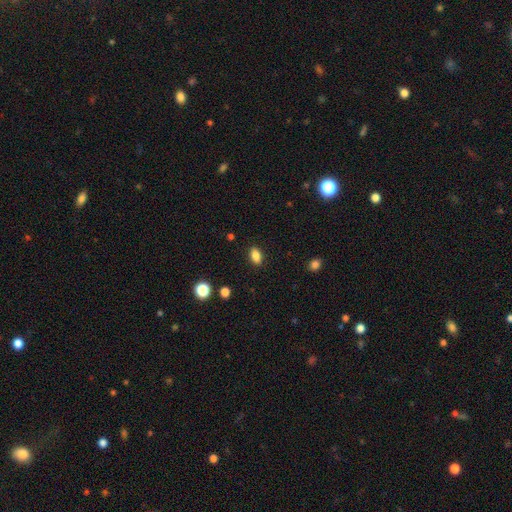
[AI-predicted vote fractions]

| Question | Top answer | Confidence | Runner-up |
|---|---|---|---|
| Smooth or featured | smooth | 86% | star or artifact (9%) |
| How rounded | in between | 87% | round (9%) |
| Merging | none | 89% | minor disturbance (8%) |